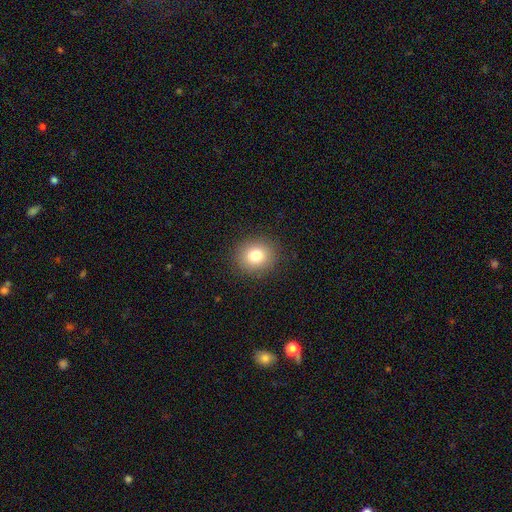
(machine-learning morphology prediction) A smooth galaxy with no disk features (79%) that is round (78%).

Vote fractions:
- Smooth or featured? smooth: 79% / star or artifact: 11% / featured or disk: 9%
- How rounded? round: 78% / in between: 21% / cigar-shaped: 1%
- Merging? none: 90% / minor disturbance: 7% / major disturbance: 3% / merger: 1%